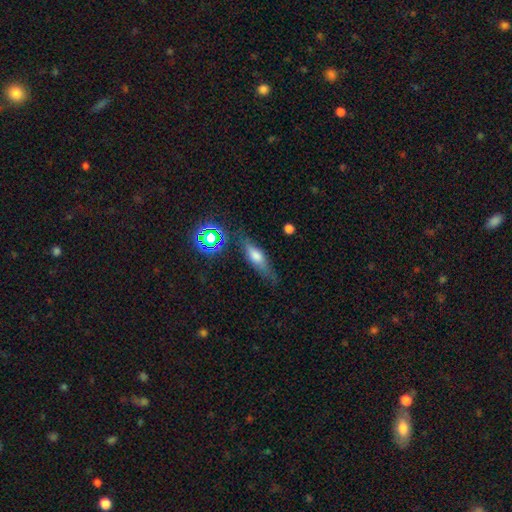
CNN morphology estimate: Smooth or featured?
  - smooth: 53% *
  - featured or disk: 33%
  - star or artifact: 14%
How rounded?
  - cigar-shaped: 52% *
  - in between: 43%
  - round: 5%
Merging?
  - none: 69% *
  - minor disturbance: 21%
  - major disturbance: 7%
  - merger: 3%